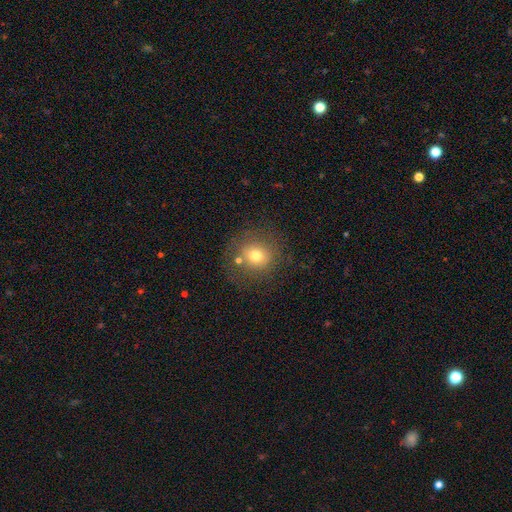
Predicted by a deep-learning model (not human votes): Overall: smooth (71%). How rounded: round (84%). Merging: none (72%).